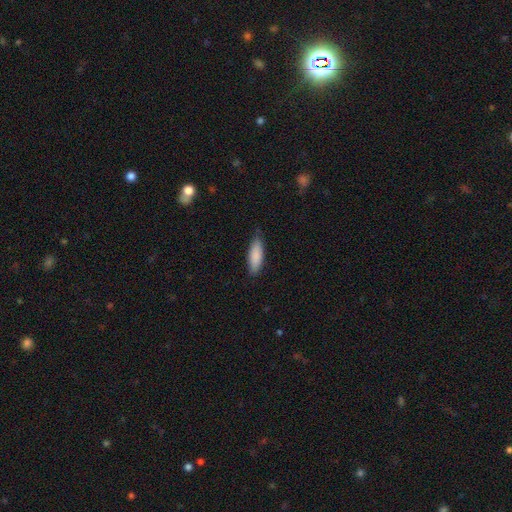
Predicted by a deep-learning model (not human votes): Q: Smooth or featured?
A: smooth (88%); runner-up: featured or disk (7%)
Q: How rounded?
A: in between (56%); runner-up: cigar-shaped (43%)
Q: Merging?
A: none (81%); runner-up: minor disturbance (16%)